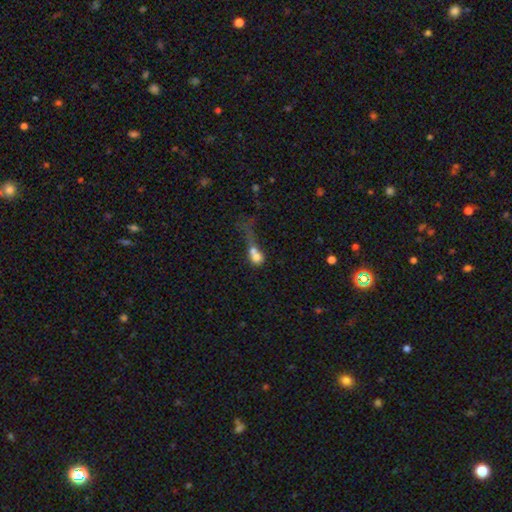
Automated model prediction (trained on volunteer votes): Smooth or featured? smooth (66%)
How rounded? round (55%)
Merging? merger (60%)